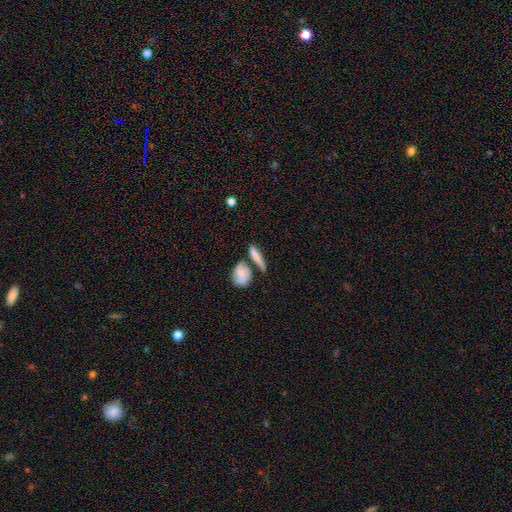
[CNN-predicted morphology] smooth 61%, featured or disk 32%, star or artifact 7%. Down the decision tree: how rounded — cigar-shaped (60%); merging — none (46%).